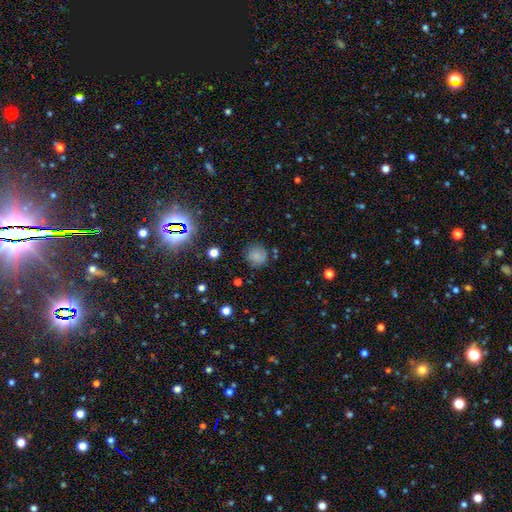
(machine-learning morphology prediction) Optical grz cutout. It shows a smooth galaxy with no disk features (74%) that is round (89%). Merging: none (79%).